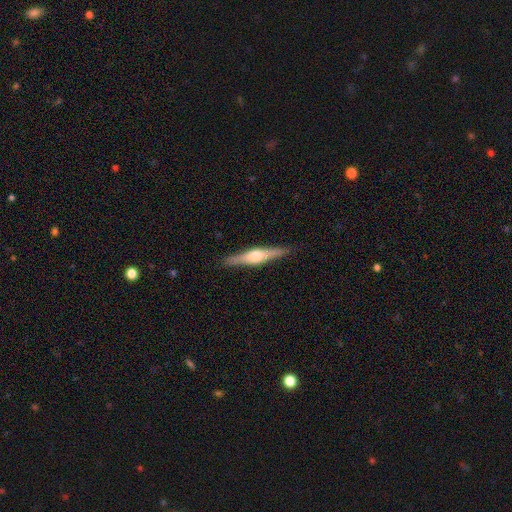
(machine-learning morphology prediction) Smooth or featured?
  - featured or disk: 69% *
  - smooth: 25%
  - star or artifact: 6%
Edge-on disk?
  - yes: 97% *
  - no: 3%
Edge-on bulge?
  - rounded: 88% *
  - boxy: 9%
  - none: 3%
Merging?
  - none: 91% *
  - minor disturbance: 7%
  - major disturbance: 2%
  - merger: 1%